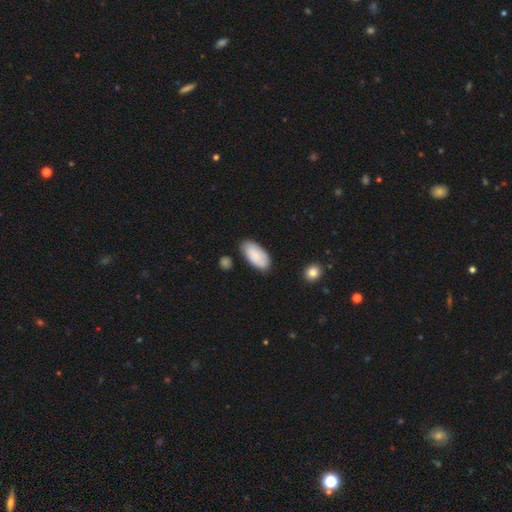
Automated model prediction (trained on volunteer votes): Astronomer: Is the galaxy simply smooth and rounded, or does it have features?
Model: smooth — 84%.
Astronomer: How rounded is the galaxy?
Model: in between — 94%.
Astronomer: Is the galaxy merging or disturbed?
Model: none — 77%.